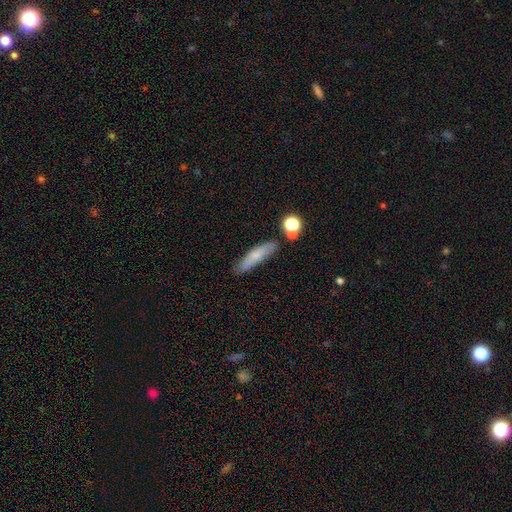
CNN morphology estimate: Smooth or featured? Predicted: smooth (p=0.69). How rounded? Predicted: cigar-shaped (p=0.77). Merging? Predicted: none (p=0.74).